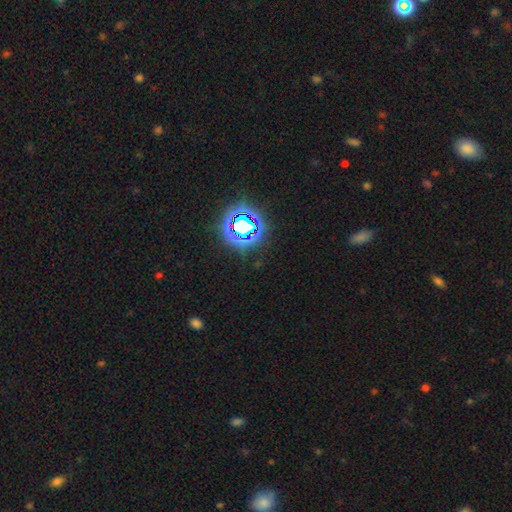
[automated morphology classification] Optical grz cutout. It shows a star or artifact, not a galaxy (77%).